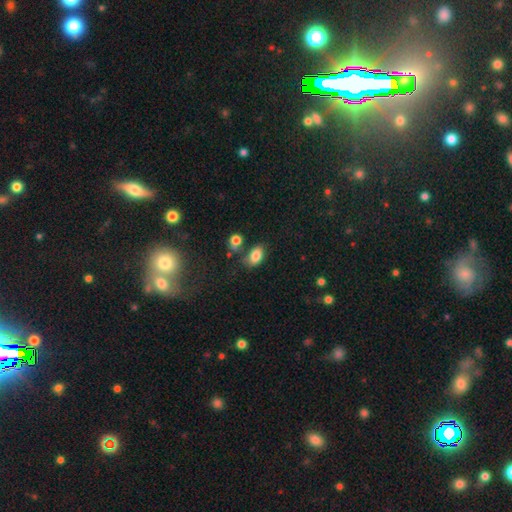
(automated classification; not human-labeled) This appears to be a smooth galaxy with no disk features (82%) that is in between round and cigar-shaped (88%). Merging: none (60%).